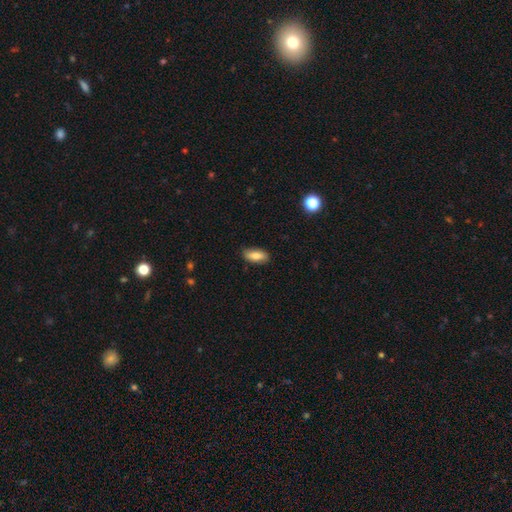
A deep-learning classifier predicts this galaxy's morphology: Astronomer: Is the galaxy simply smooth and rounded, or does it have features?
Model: smooth — 78%.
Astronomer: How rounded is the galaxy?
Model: in between — 83%.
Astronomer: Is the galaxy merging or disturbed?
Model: none — 86%.